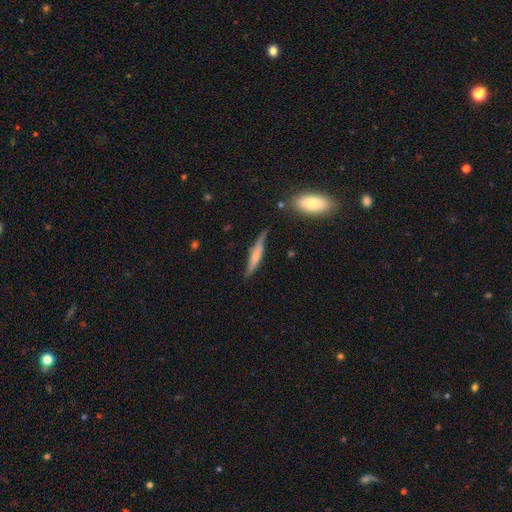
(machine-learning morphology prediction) Smooth or featured? smooth (49%)
Merging? none (71%)